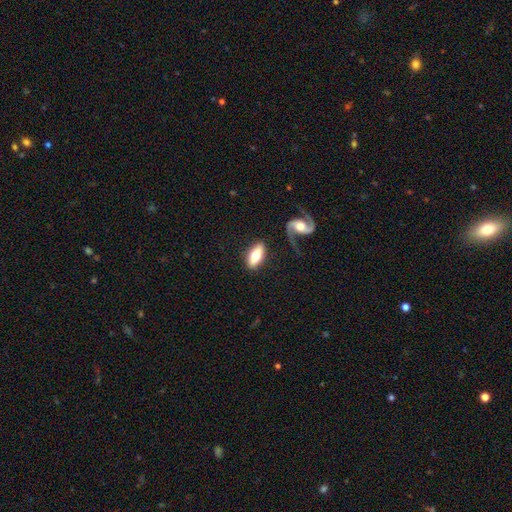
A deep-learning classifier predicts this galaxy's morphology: This appears to be a smooth galaxy with no disk features (61%) that is in between round and cigar-shaped (79%). Merging: none (76%).